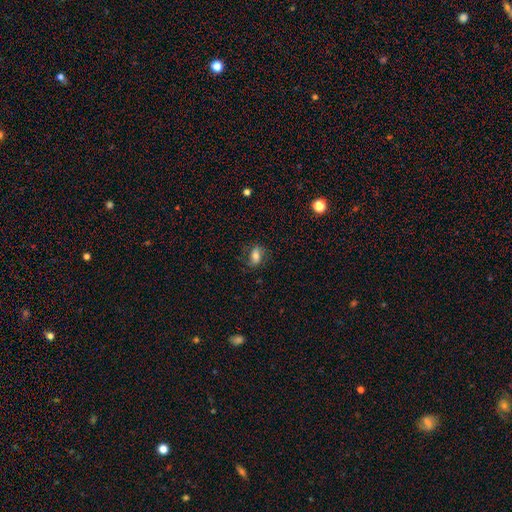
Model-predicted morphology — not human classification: type=smooth (65%); roundness=in between (81%); merging=none (71%).